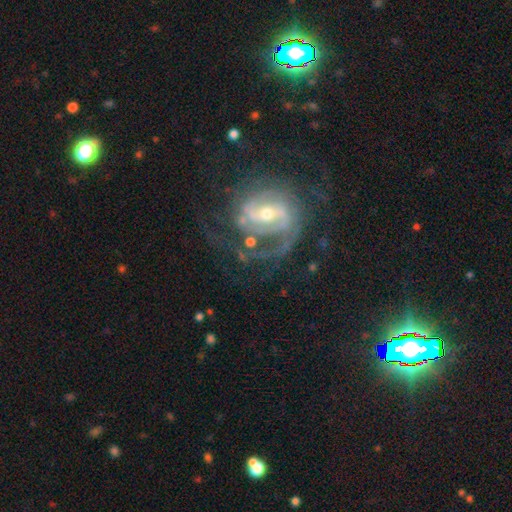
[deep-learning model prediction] Smooth or featured? featured or disk (83%)
Edge-on disk? no (97%)
Bar? weak (43%)
Spiral arms? yes (92%)
Spiral winding? medium (44%)
Spiral arm count? 2 (46%)
Bulge size? small (55%)
Merging? none (55%)